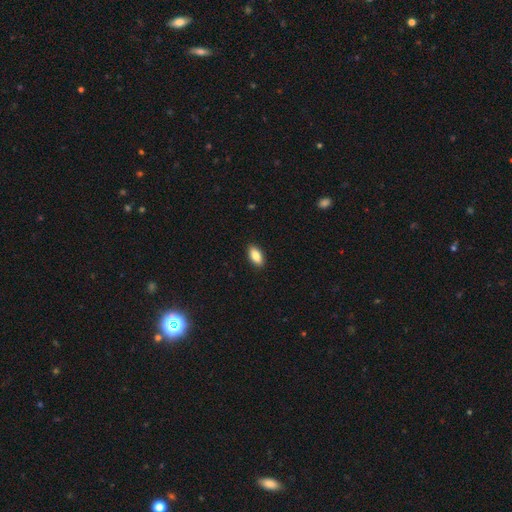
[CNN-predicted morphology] smooth 86%, star or artifact 7%, featured or disk 7%. Down the decision tree: how rounded — in between (92%); merging — none (90%).